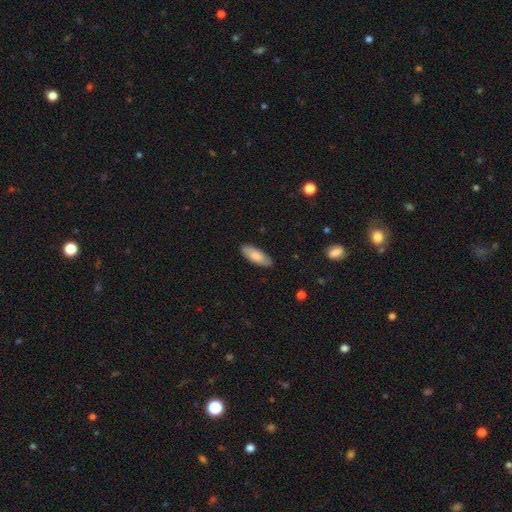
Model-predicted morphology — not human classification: Q: Smooth or featured?
A: smooth (79%); runner-up: featured or disk (15%)
Q: How rounded?
A: in between (76%); runner-up: cigar-shaped (22%)
Q: Merging?
A: none (86%); runner-up: minor disturbance (11%)